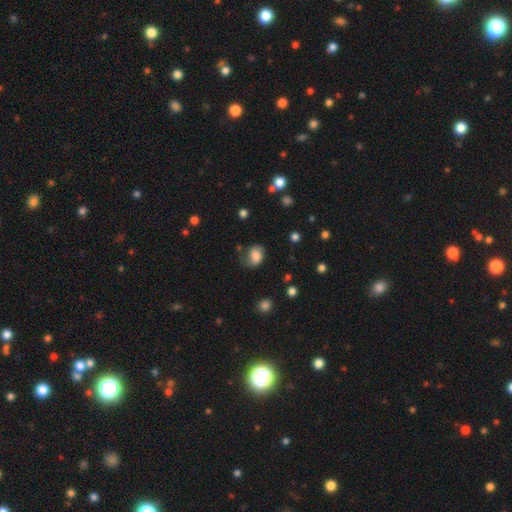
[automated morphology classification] Overall: smooth (65%; featured or disk 26%). How rounded: in between (55%; round 44%). Merging: none (56%; minor disturbance 27%).